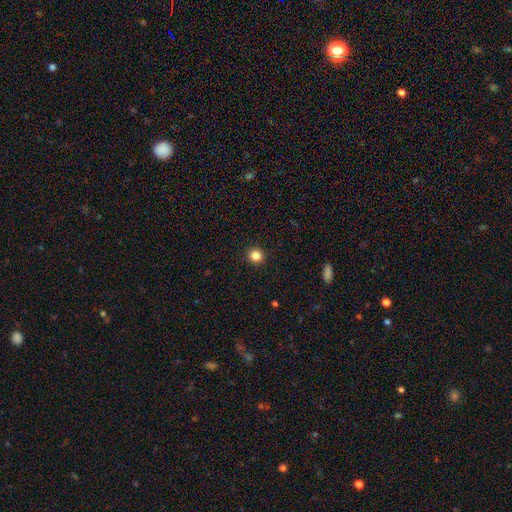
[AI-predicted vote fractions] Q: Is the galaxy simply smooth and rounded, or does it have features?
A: smooth — 84%.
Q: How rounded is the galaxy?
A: round — 91%.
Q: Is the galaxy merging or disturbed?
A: none — 93%.